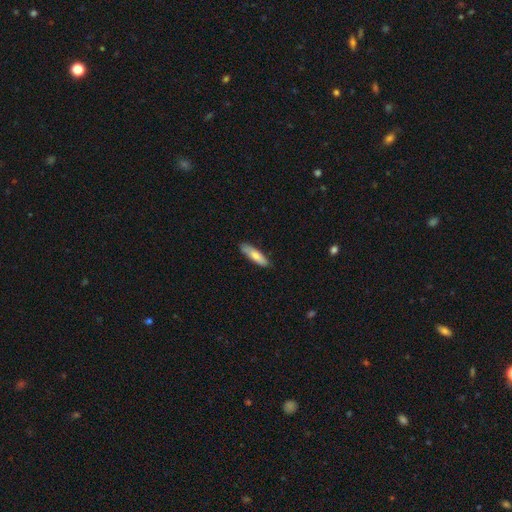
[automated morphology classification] smooth-or-featured: smooth: 74% | featured or disk: 20% | star or artifact: 6%
  how-rounded: cigar-shaped: 63% | in between: 35% | round: 2%
  merging: none: 82% | minor disturbance: 14% | major disturbance: 2% | merger: 1%